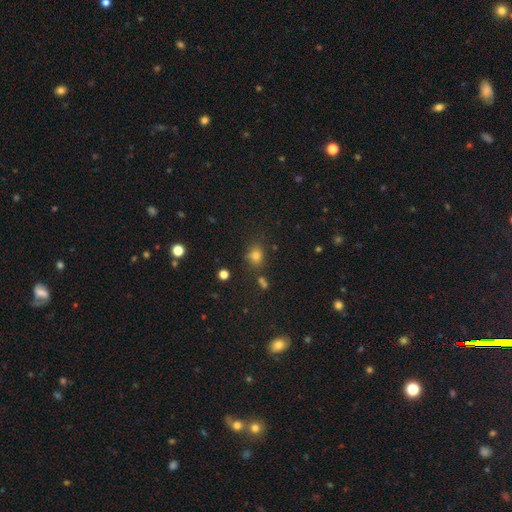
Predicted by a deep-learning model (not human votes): Smooth or featured? Predicted: smooth (p=0.71). How rounded? Predicted: round (p=0.58). Merging? Predicted: none (p=0.70).